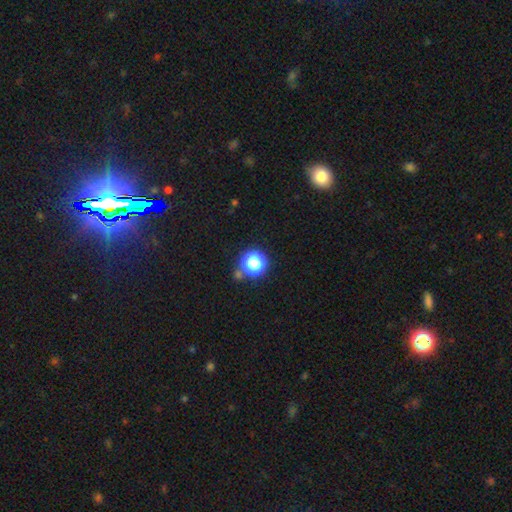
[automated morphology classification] A smooth galaxy with no disk features (51%) that is round (88%).

Vote fractions:
- Smooth or featured? smooth: 51% / star or artifact: 40% / featured or disk: 9%
- How rounded? round: 88% / in between: 11% / cigar-shaped: 1%
- Merging? none: 72% / minor disturbance: 11% / merger: 11% / major disturbance: 6%